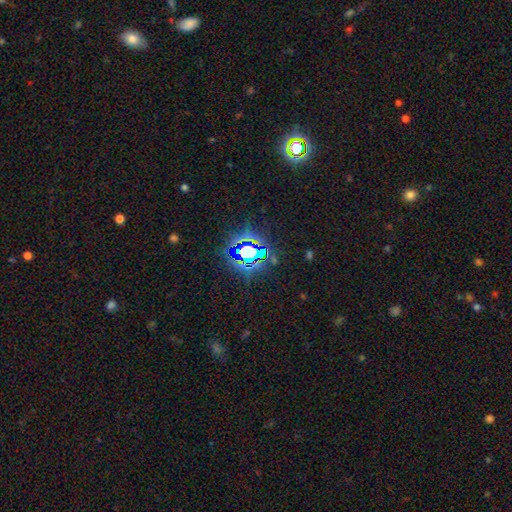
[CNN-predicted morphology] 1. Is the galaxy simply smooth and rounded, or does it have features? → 73% star or artifact, 17% smooth, 10% featured or disk.